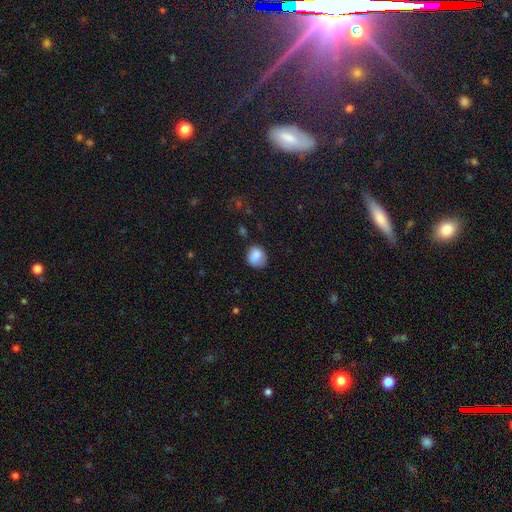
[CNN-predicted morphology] Smooth or featured?
  - smooth: 83% *
  - star or artifact: 9%
  - featured or disk: 8%
How rounded?
  - round: 69% *
  - in between: 30%
  - cigar-shaped: 1%
Merging?
  - none: 69% *
  - minor disturbance: 23%
  - major disturbance: 6%
  - merger: 2%